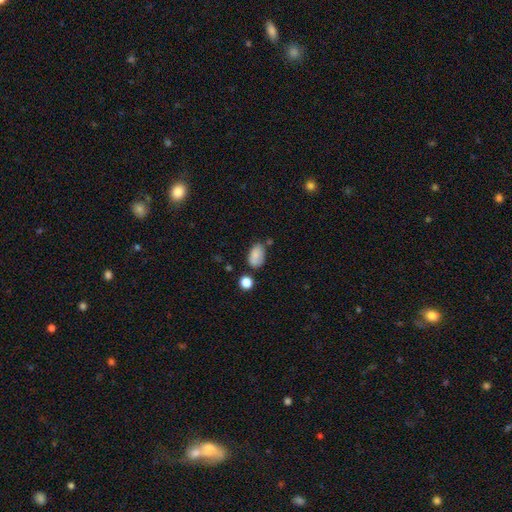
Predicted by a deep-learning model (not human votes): Smooth or featured?
  - smooth: 83% *
  - star or artifact: 9%
  - featured or disk: 8%
How rounded?
  - in between: 90% *
  - round: 9%
  - cigar-shaped: 2%
Merging?
  - none: 63% *
  - minor disturbance: 23%
  - merger: 8%
  - major disturbance: 5%